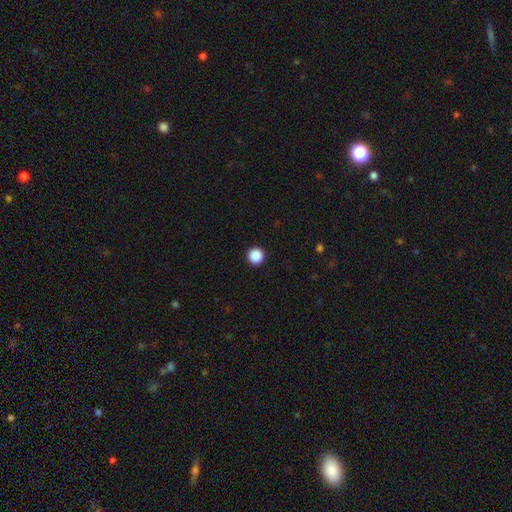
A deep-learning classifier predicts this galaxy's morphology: Smooth or featured: smooth — 89% (star or artifact — 9%)
How rounded: round — 96% (in between — 3%)
Merging: none — 94% (minor disturbance — 4%)